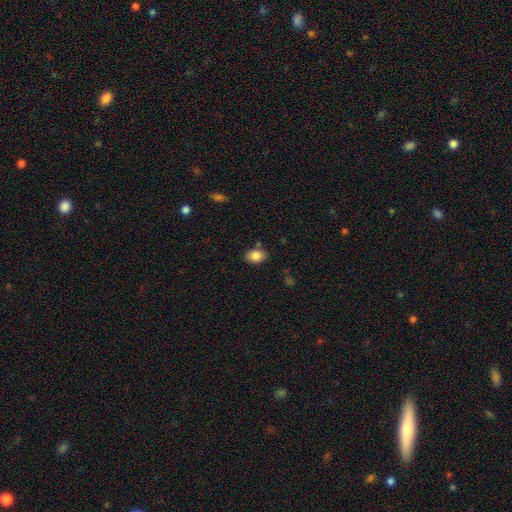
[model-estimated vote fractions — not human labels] Smooth or featured? Predicted: smooth (p=0.85). How rounded? Predicted: in between (p=0.76). Merging? Predicted: none (p=0.80).